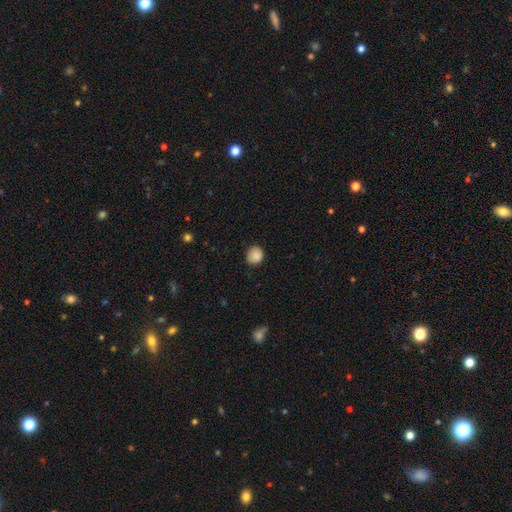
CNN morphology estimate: This is clearly a smooth galaxy (88%). How rounded: clearly round (82%). Merging: clearly none (82%).